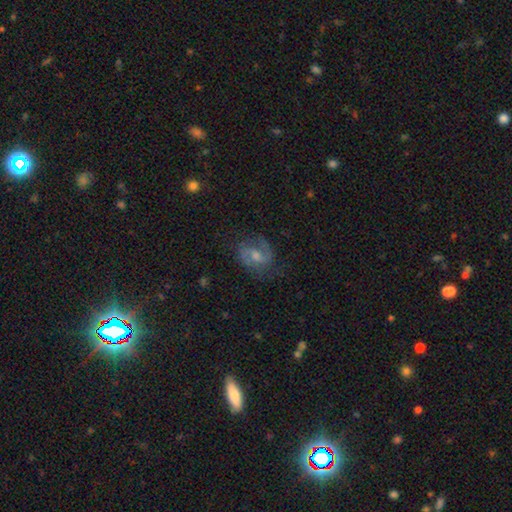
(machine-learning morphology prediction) smooth_or_featured: featured or disk (p=0.73) [alt: smooth p=0.15]
disk_edge_on: no (p=0.97) [alt: yes p=0.03]
bar: weak (p=0.48) [alt: no p=0.36]
has_spiral_arms: yes (p=0.93) [alt: no p=0.07]
spiral_winding: medium (p=0.52) [alt: tight p=0.24]
spiral_arm_count: 2 (p=0.82) [alt: can't tell p=0.08]
bulge_size: moderate (p=0.57) [alt: small p=0.32]
merging: none (p=0.73) [alt: minor disturbance p=0.17]